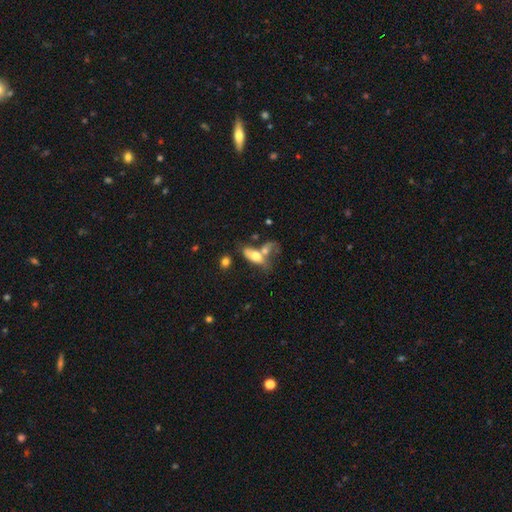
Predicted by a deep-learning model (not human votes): This is possibly a smooth galaxy (59%). How rounded: clearly in between (82%). Merging: possibly merger (58%).